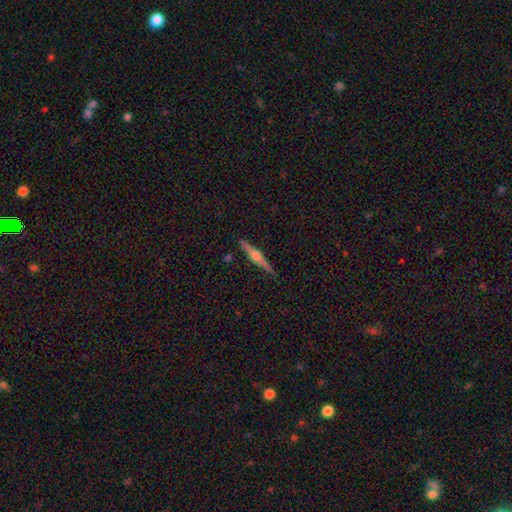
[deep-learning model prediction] The model was most divided on "smooth or featured": featured or disk: 79%, smooth: 15%, star or artifact: 6%. More confident: edge-on disk — yes (98%); edge-on bulge — rounded (94%); merging — none (91%).